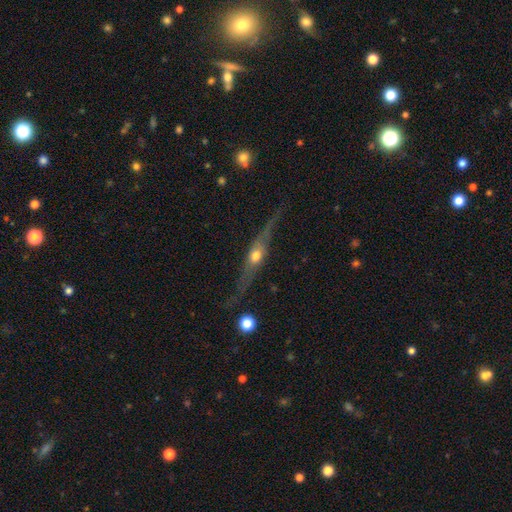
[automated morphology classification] This appears to be a featured or disk galaxy (75%) viewed edge-on (89%) with a rounded central bulge (92%). Merging: none (74%).